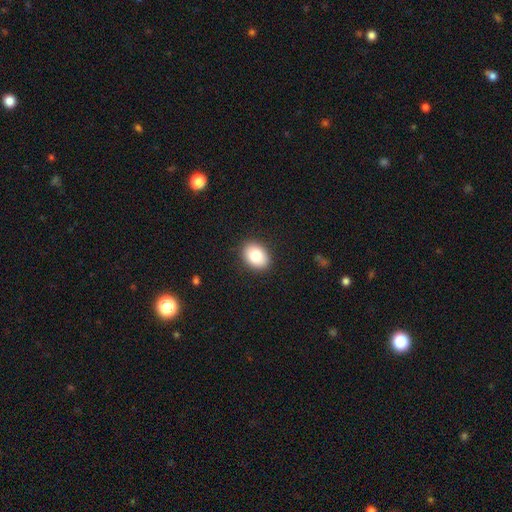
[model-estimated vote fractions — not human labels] Overall: smooth (84%). How rounded: in between (75%). Merging: none (88%).